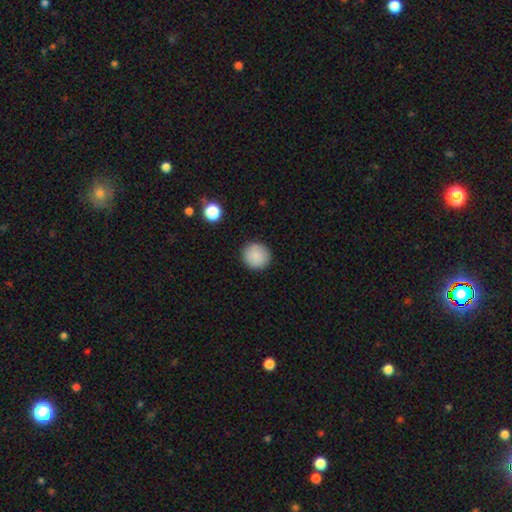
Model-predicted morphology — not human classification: A smooth galaxy with no disk features (88%) that is round (92%). Merging: none (91%).